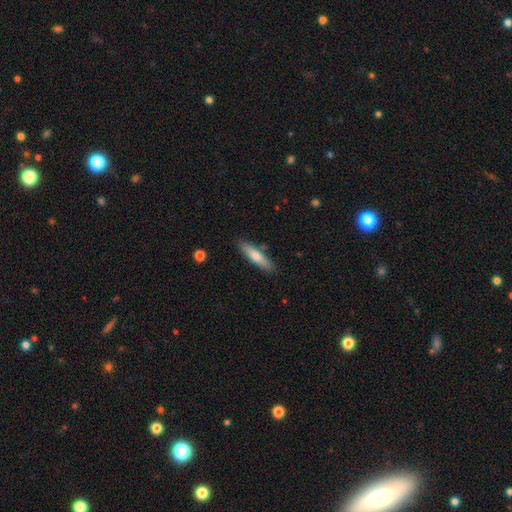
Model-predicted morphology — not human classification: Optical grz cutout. It shows a smooth galaxy with no disk features (65%) that is cigar-shaped (77%). Merging: none (86%).